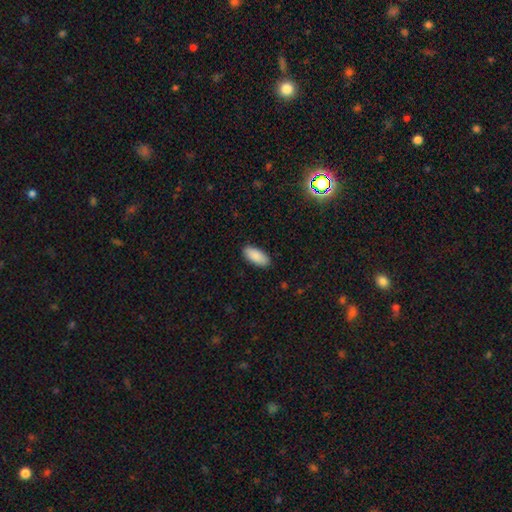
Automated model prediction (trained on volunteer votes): Smooth or featured?
  - smooth: 90% *
  - star or artifact: 6%
  - featured or disk: 4%
How rounded?
  - in between: 87% *
  - cigar-shaped: 11%
  - round: 2%
Merging?
  - none: 88% *
  - minor disturbance: 9%
  - major disturbance: 2%
  - merger: 1%